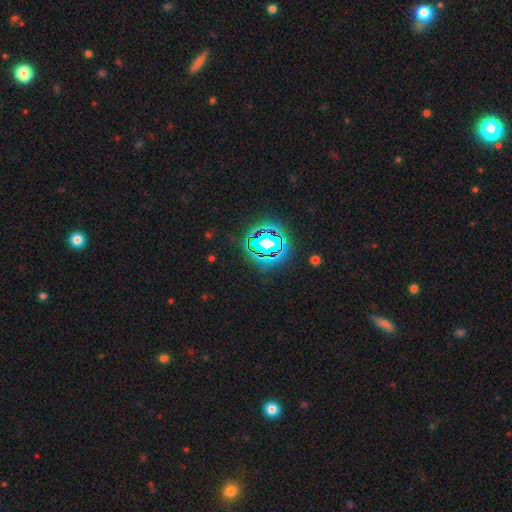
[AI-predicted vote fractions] Morphology: type=star or artifact (79%).